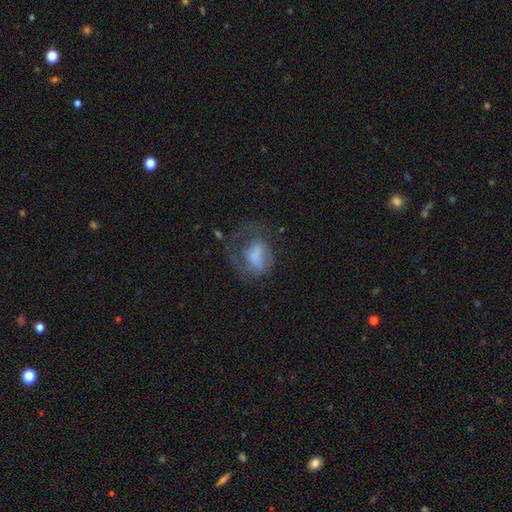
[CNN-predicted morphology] A featured or disk galaxy (48%).

Vote fractions:
- Smooth or featured? featured or disk: 48% / smooth: 42% / star or artifact: 10%
- Merging? major disturbance: 45% / none: 32% / minor disturbance: 21% / merger: 3%